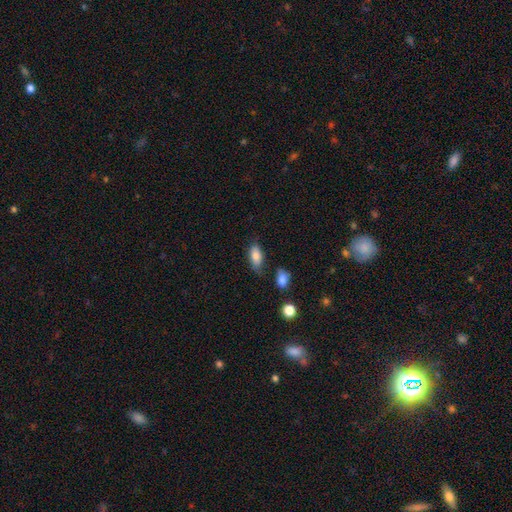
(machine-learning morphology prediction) This is clearly a smooth galaxy (82%). How rounded: clearly in between (89%). Merging: likely none (68%).